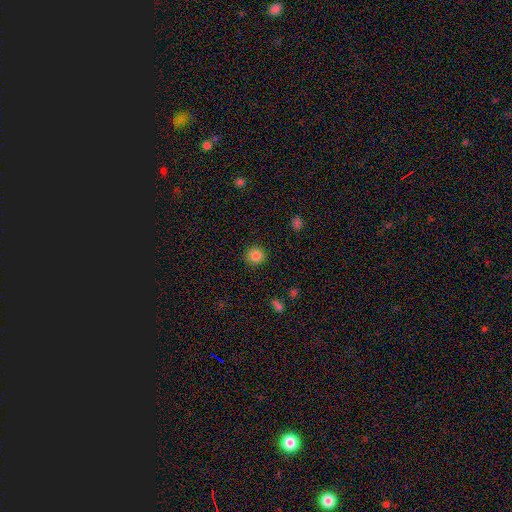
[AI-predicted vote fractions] Q: Smooth or featured?
A: smooth (85%); runner-up: star or artifact (11%)
Q: How rounded?
A: round (93%); runner-up: in between (6%)
Q: Merging?
A: none (90%); runner-up: minor disturbance (6%)